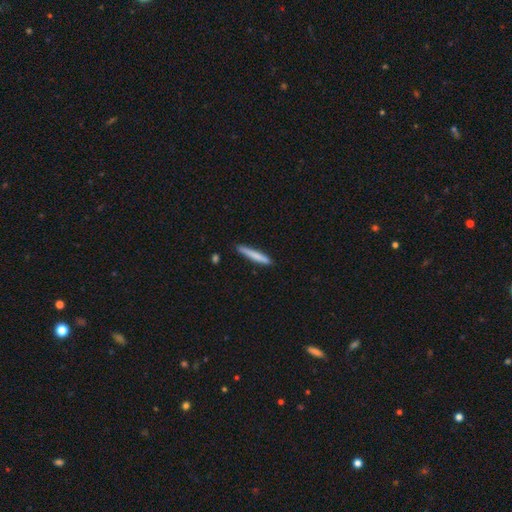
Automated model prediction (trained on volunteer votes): smooth 75%, featured or disk 20%, star or artifact 6%. Down the decision tree: how rounded — cigar-shaped (95%); merging — none (86%).